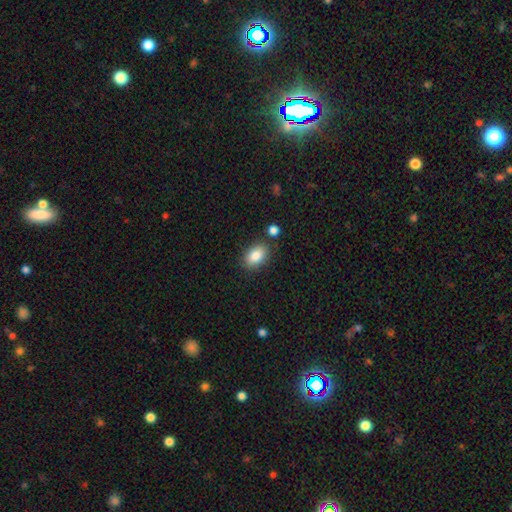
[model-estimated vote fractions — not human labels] Q: Smooth or featured?
A: smooth (85%); runner-up: star or artifact (8%)
Q: How rounded?
A: in between (87%); runner-up: round (11%)
Q: Merging?
A: none (81%); runner-up: minor disturbance (11%)